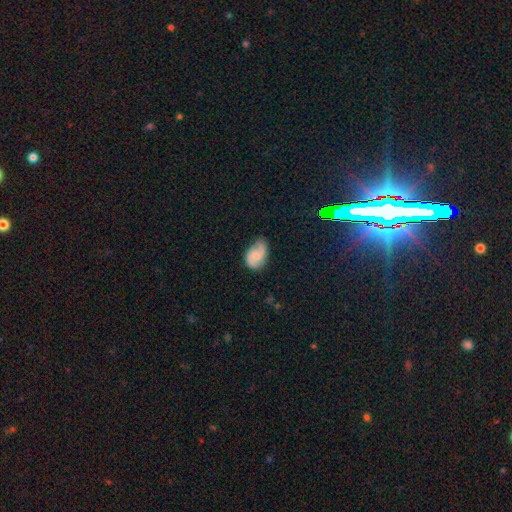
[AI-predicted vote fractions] This is likely a featured or disk galaxy (61%). It is clearly not viewed edge-on (98%). Bar: possibly no (48%). Spiral arm pattern: clearly yes (93%). Spiral arm count: clearly 2 (86%). Spiral winding: possibly medium (46%). Central bulge: marginally small (42%). Merging: likely none (66%).